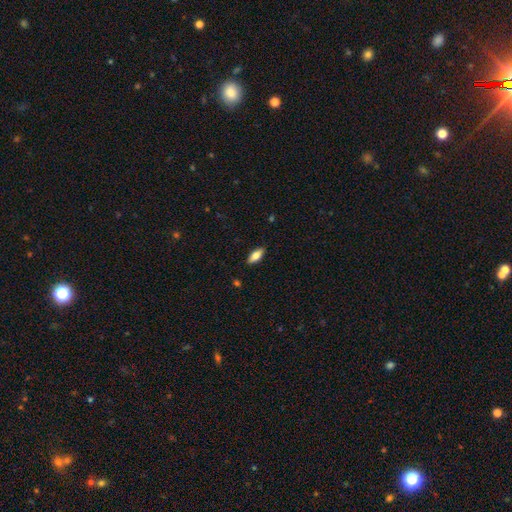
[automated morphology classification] smooth-or-featured: smooth: 69% | featured or disk: 24% | star or artifact: 7%
  how-rounded: in between: 76% | cigar-shaped: 21% | round: 3%
  merging: none: 89% | minor disturbance: 9% | major disturbance: 2% | merger: 1%